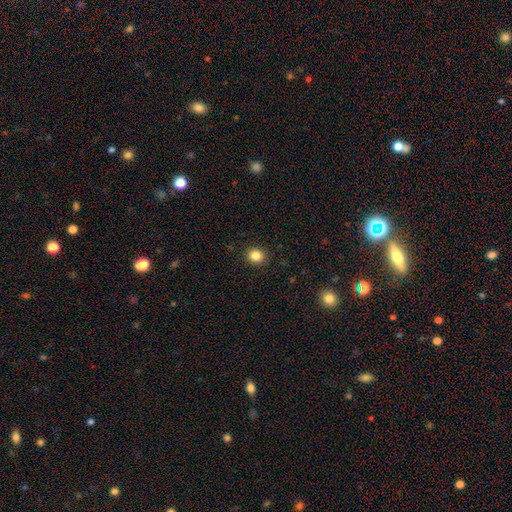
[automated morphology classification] This is clearly a smooth galaxy (84%). How rounded: clearly round (82%). Merging: clearly none (92%).